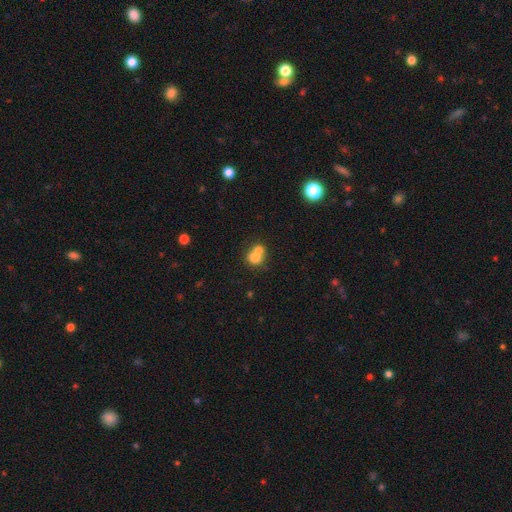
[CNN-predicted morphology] Smooth or featured? Predicted: smooth (p=0.72). How rounded? Predicted: round (p=0.69). Merging? Predicted: merger (p=0.66).